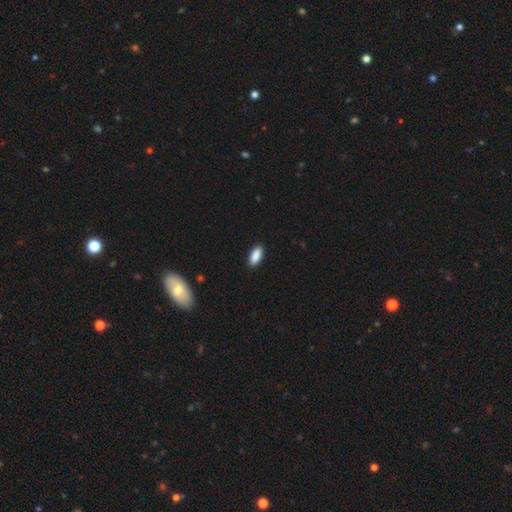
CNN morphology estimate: A smooth galaxy with no disk features (89%) that is in between round and cigar-shaped (87%). Merging: none (89%).